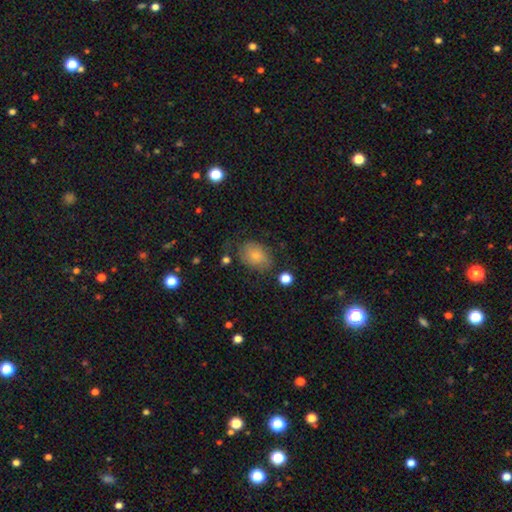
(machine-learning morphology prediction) smooth_or_featured: smooth (p=0.73) [alt: featured or disk p=0.19]
how_rounded: in between (p=0.69) [alt: round p=0.30]
merging: none (p=0.60) [alt: minor disturbance p=0.24]